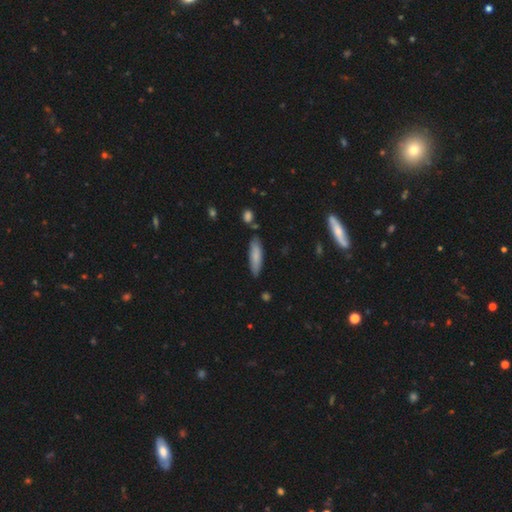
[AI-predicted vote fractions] Overall: smooth (80%). How rounded: cigar-shaped (62%; in between 37%). Merging: none (81%).